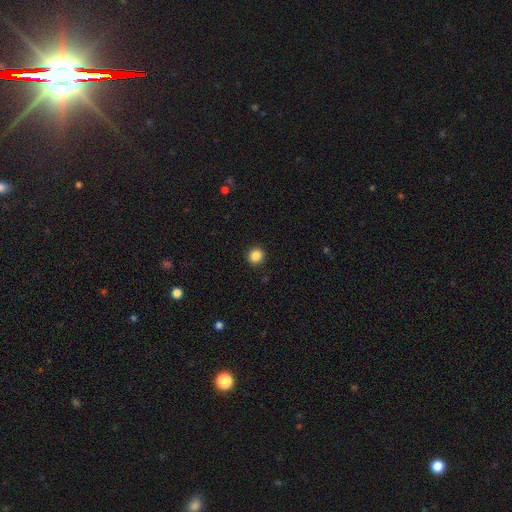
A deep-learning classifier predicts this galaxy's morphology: This is clearly a smooth galaxy (86%). How rounded: clearly round (87%). Merging: clearly none (92%).